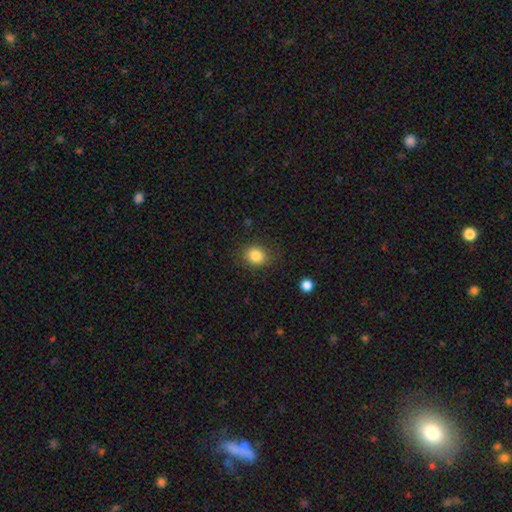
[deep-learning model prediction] smooth 84%, star or artifact 10%, featured or disk 6%. Down the decision tree: how rounded — round (65%); merging — none (82%).